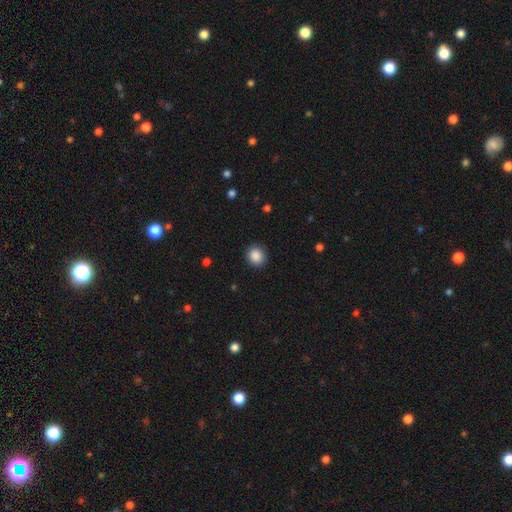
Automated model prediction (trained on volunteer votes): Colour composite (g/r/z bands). It shows a smooth galaxy with no disk features (88%) that is round (84%). Merging: none (90%).